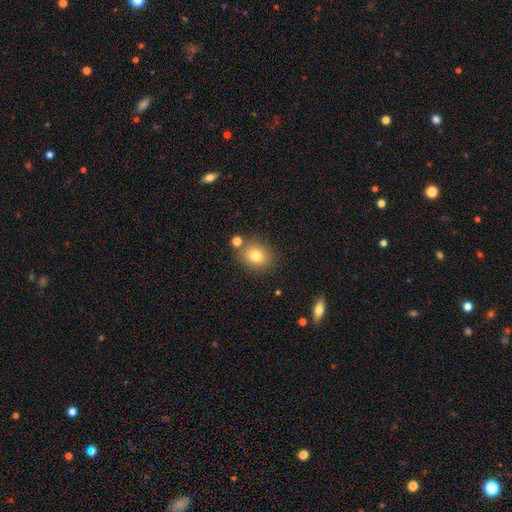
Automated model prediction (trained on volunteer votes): smooth-or-featured: smooth: 79% | star or artifact: 11% | featured or disk: 10%
  how-rounded: round: 58% | in between: 41% | cigar-shaped: 1%
  merging: none: 76% | minor disturbance: 11% | merger: 9% | major disturbance: 4%